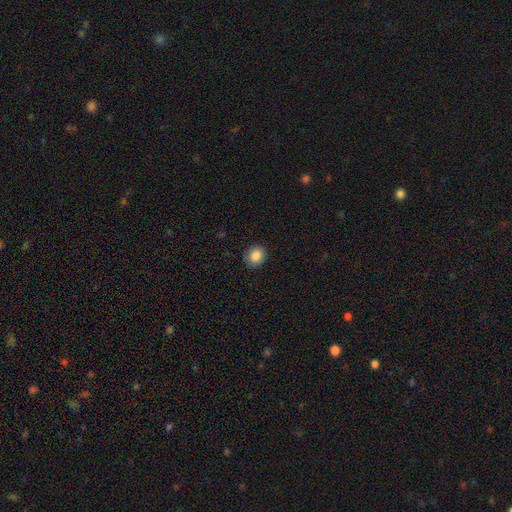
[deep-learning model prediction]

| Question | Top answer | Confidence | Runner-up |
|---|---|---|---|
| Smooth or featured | smooth | 86% | star or artifact (9%) |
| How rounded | round | 65% | in between (34%) |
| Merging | none | 88% | minor disturbance (9%) |